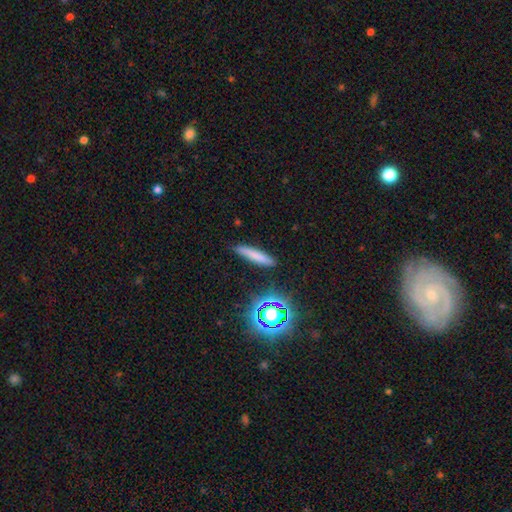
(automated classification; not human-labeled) This is likely a smooth galaxy (71%). How rounded: clearly cigar-shaped (89%). Merging: clearly none (86%).